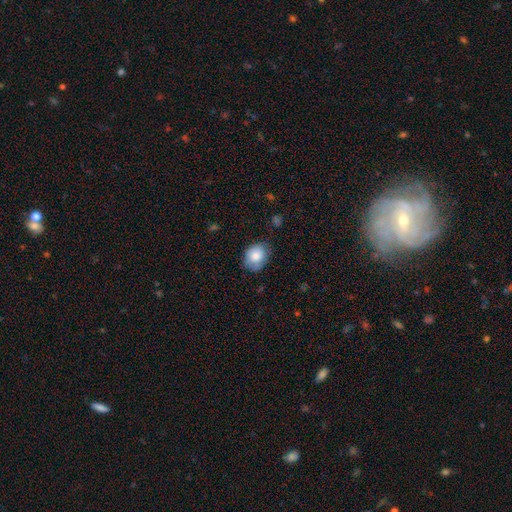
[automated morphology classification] smooth-or-featured: smooth: 81% | featured or disk: 11% | star or artifact: 8%
  how-rounded: round: 51% | in between: 48% | cigar-shaped: 1%
  merging: none: 69% | minor disturbance: 25% | major disturbance: 6% | merger: 1%